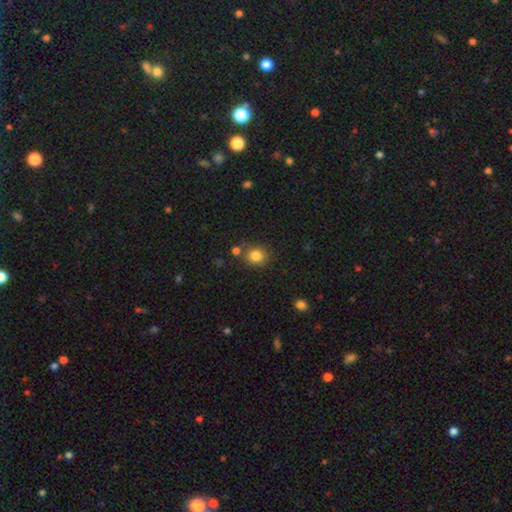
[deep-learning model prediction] Smooth or featured?
  - smooth: 84% *
  - star or artifact: 11%
  - featured or disk: 5%
How rounded?
  - round: 77% *
  - in between: 22%
  - cigar-shaped: 1%
Merging?
  - none: 76% *
  - minor disturbance: 11%
  - merger: 9%
  - major disturbance: 4%